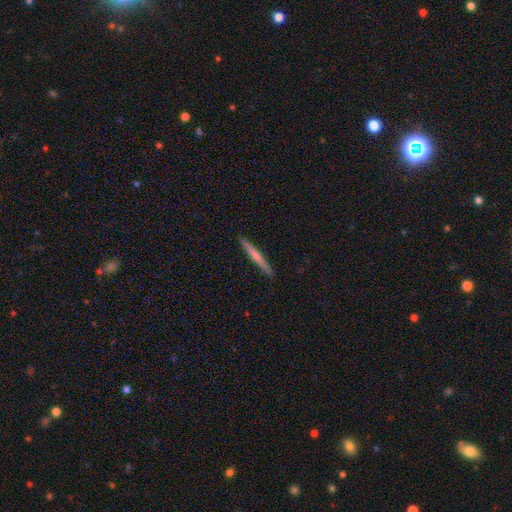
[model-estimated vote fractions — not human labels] smooth 58%, featured or disk 36%, star or artifact 6%. Down the decision tree: how rounded — cigar-shaped (96%); merging — none (91%).